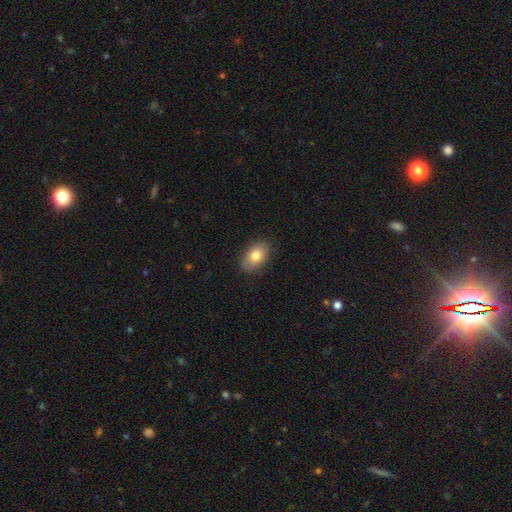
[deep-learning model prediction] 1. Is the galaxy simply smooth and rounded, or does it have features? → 78% smooth, 14% featured or disk, 8% star or artifact.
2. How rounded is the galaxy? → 88% in between, 10% round, 1% cigar-shaped.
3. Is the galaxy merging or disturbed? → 87% none, 10% minor disturbance, 2% major disturbance, 1% merger.